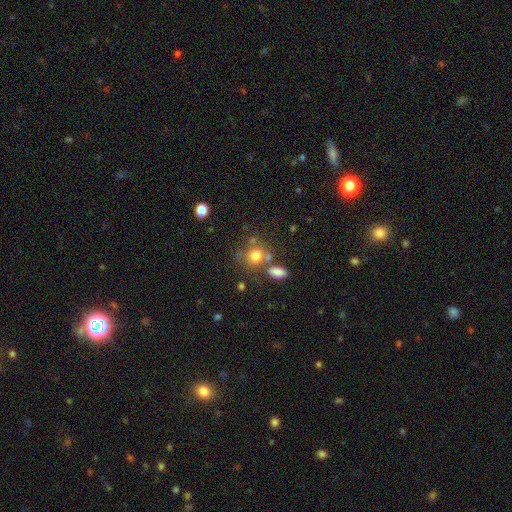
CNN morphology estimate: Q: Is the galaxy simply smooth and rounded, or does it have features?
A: smooth — 76%.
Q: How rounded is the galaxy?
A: round — 72%.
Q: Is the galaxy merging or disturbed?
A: none — 56%.